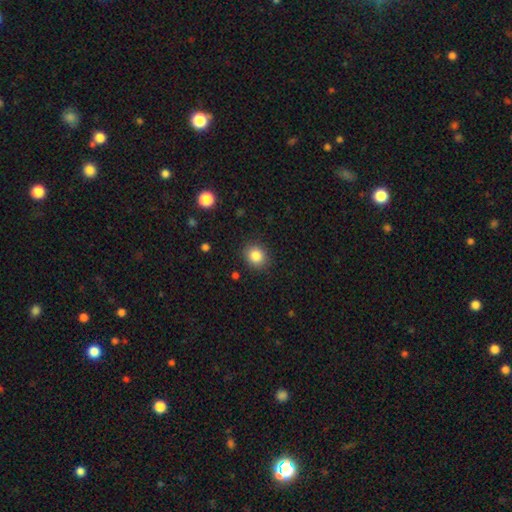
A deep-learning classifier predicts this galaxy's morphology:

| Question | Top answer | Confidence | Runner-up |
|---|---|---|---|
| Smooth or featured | smooth | 85% | star or artifact (10%) |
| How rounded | round | 71% | in between (28%) |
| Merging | none | 88% | minor disturbance (8%) |